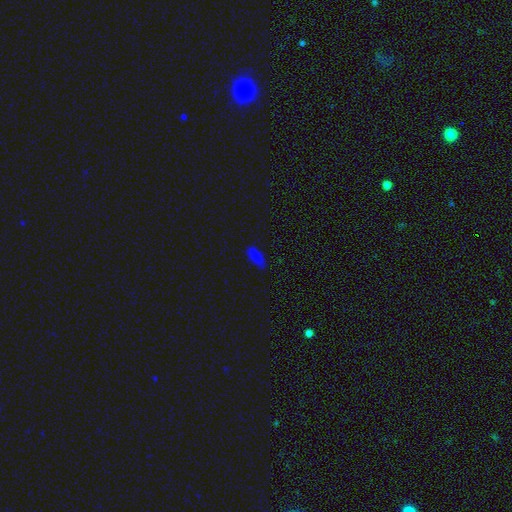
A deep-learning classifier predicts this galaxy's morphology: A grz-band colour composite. It shows a smooth galaxy with no disk features (79%) that is in between round and cigar-shaped (54%). Merging: none (79%).